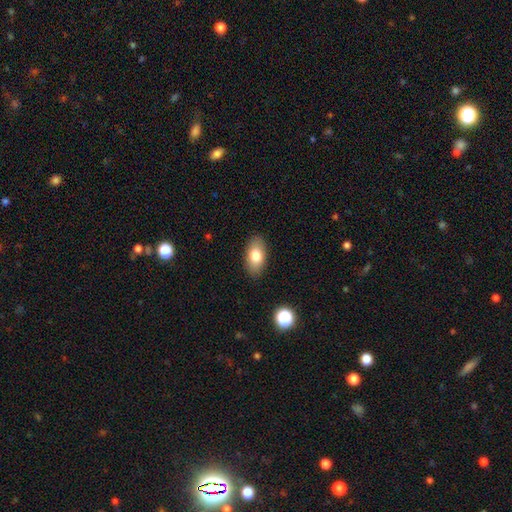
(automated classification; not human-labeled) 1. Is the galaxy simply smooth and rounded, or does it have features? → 79% smooth, 14% featured or disk, 8% star or artifact.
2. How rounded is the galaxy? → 92% in between, 5% round, 3% cigar-shaped.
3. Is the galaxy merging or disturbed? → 87% none, 9% minor disturbance, 2% major disturbance, 1% merger.